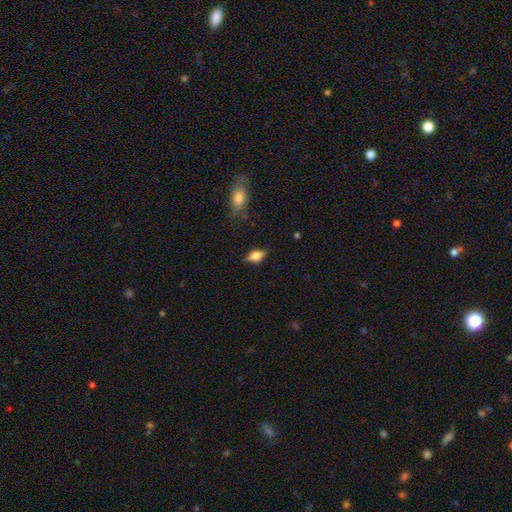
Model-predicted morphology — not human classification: A smooth galaxy with no disk features (54%) that is in between round and cigar-shaped (79%). Merging: none (82%).